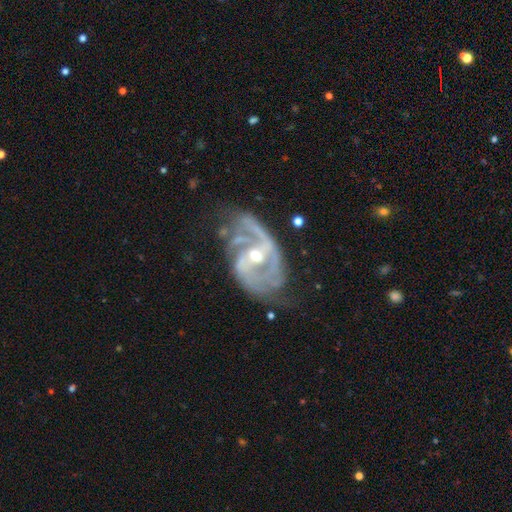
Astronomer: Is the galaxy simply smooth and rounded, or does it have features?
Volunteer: featured or disk — 92%.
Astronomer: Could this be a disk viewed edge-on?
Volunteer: no — 97%.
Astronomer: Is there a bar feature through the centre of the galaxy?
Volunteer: strong — 49% (runner-up: weak, 29%).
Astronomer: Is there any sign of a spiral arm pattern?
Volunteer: yes — 94%.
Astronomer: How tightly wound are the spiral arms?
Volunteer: tight — 48% (runner-up: medium, 39%).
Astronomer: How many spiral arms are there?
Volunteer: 2 — 42% (runner-up: 4, 21%).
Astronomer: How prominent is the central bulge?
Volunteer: moderate — 60%.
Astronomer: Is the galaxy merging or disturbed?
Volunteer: none — 50% (runner-up: minor disturbance, 33%).